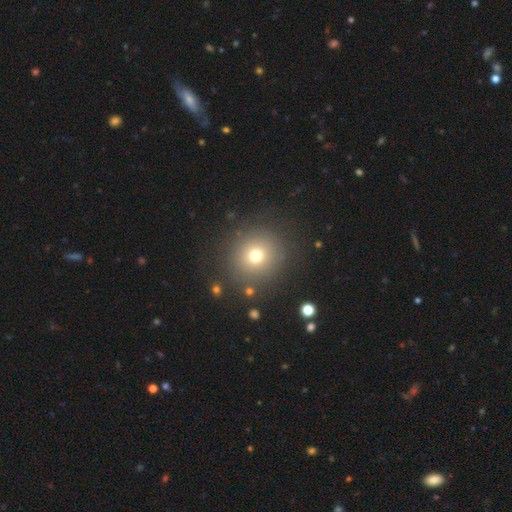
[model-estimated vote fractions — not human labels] smooth_or_featured: smooth (p=0.70) [alt: star or artifact p=0.17]
how_rounded: round (p=0.92) [alt: in between p=0.08]
merging: none (p=0.85) [alt: minor disturbance p=0.08]